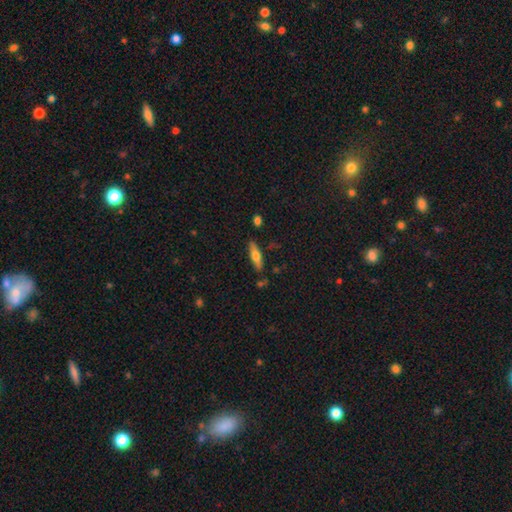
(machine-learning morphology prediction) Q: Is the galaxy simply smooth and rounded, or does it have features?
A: smooth — 52%.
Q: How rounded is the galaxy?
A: cigar-shaped — 61%.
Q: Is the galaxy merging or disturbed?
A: none — 82%.